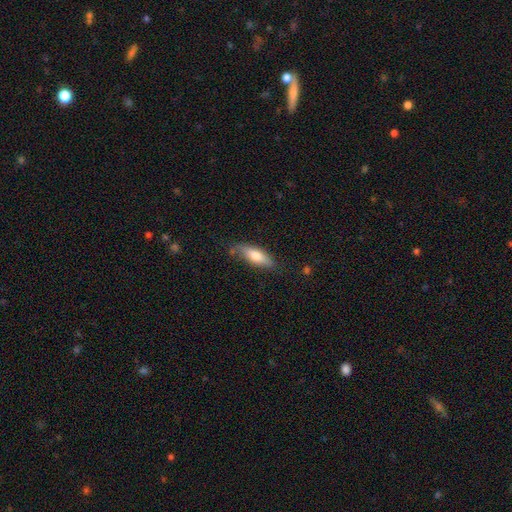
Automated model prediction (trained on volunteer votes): Q: Smooth or featured?
A: smooth (69%); runner-up: featured or disk (25%)
Q: How rounded?
A: in between (55%); runner-up: cigar-shaped (43%)
Q: Merging?
A: none (73%); runner-up: minor disturbance (20%)